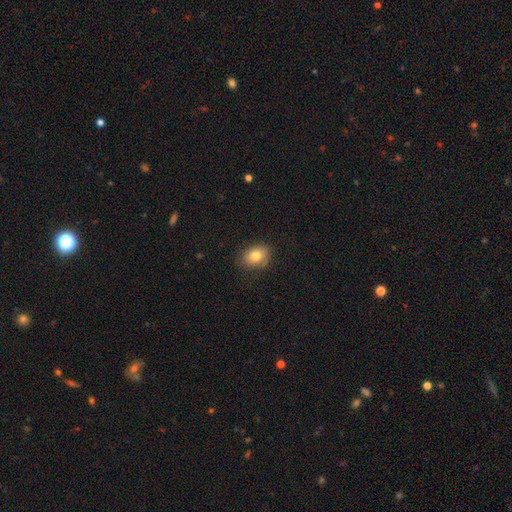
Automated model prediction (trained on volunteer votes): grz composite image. It shows a smooth galaxy with no disk features (80%) that is in between round and cigar-shaped (67%). Merging: none (81%).